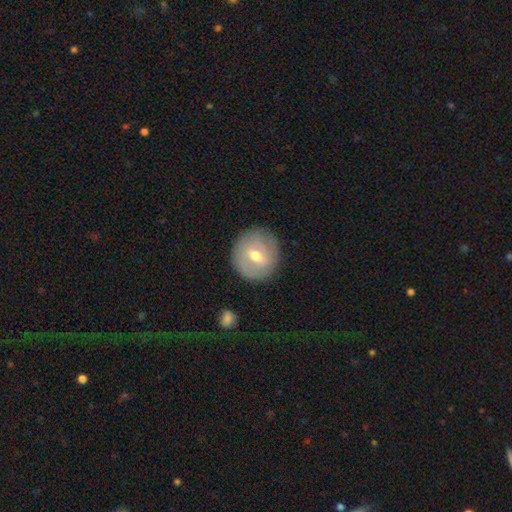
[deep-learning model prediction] Smooth or featured?
  - featured or disk: 48% *
  - smooth: 45%
  - star or artifact: 8%
Merging?
  - none: 85% *
  - minor disturbance: 11%
  - major disturbance: 3%
  - merger: 1%